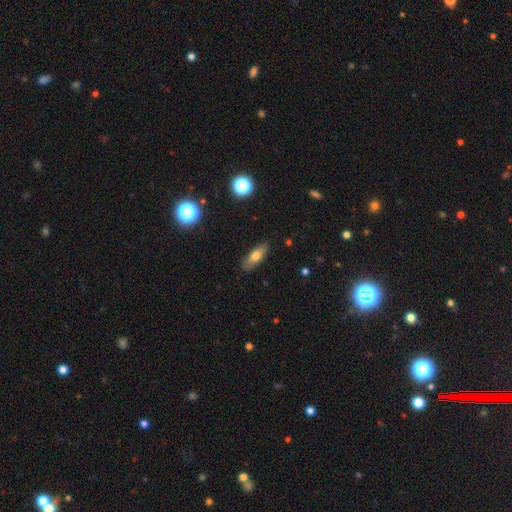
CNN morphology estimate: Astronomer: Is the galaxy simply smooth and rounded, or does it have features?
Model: smooth — 68%.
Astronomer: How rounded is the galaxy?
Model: in between — 59% (runner-up: cigar-shaped, 37%).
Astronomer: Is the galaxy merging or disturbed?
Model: none — 87%.